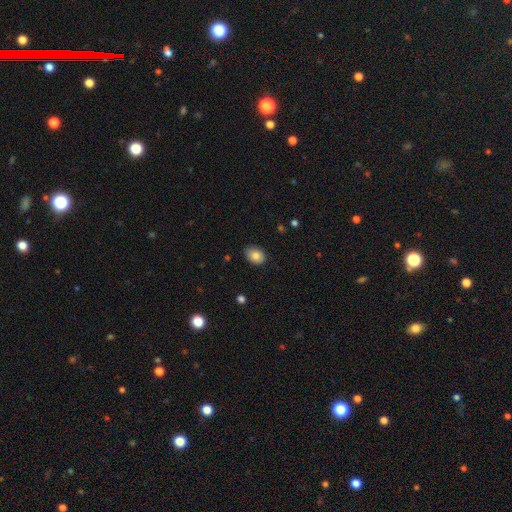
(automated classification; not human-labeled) A smooth galaxy with no disk features (82%) that is in between round and cigar-shaped (73%).

Vote fractions:
- Smooth or featured? smooth: 82% / featured or disk: 10% / star or artifact: 8%
- How rounded? in between: 73% / round: 26% / cigar-shaped: 1%
- Merging? none: 84% / minor disturbance: 13% / major disturbance: 2% / merger: 1%